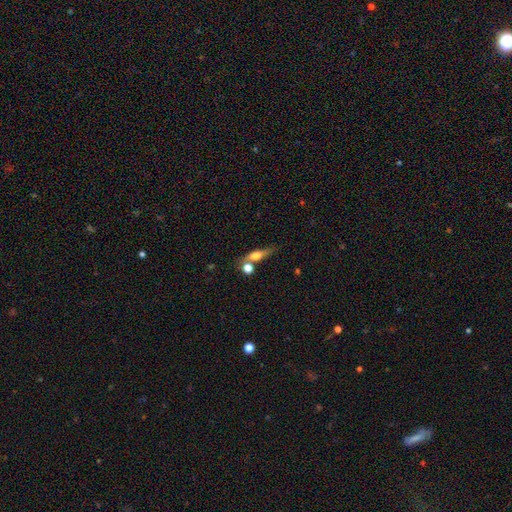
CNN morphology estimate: A smooth galaxy with no disk features (54%) that is cigar-shaped (53%). Merging: none (56%).